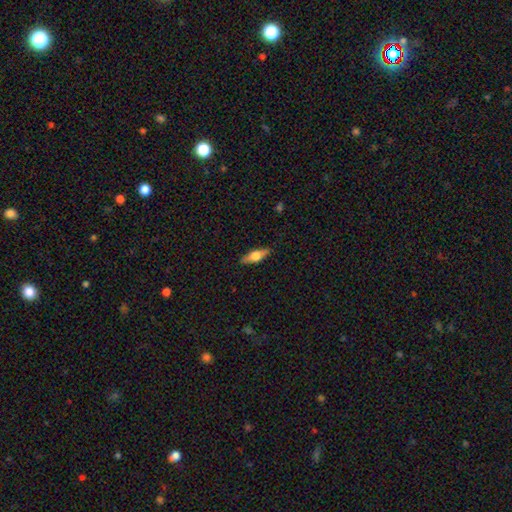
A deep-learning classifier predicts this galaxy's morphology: Smooth or featured? Predicted: smooth (p=0.48). Merging? Predicted: none (p=0.88).